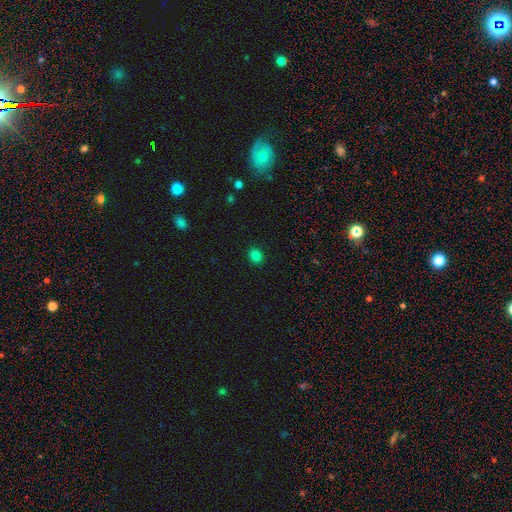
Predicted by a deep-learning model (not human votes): Smooth or featured: smooth — 82% (star or artifact — 14%)
How rounded: round — 63% (in between — 36%)
Merging: none — 91% (minor disturbance — 6%)